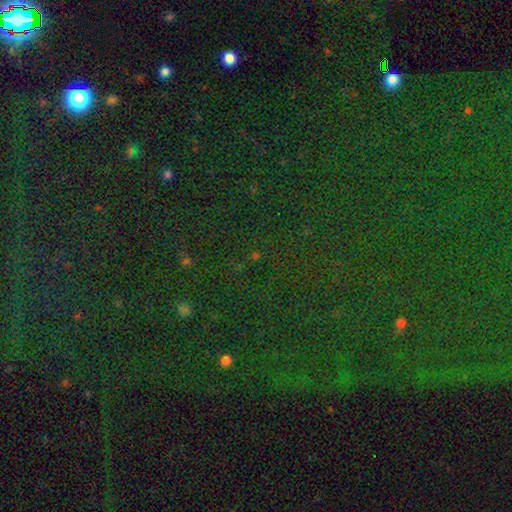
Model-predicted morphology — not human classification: star or artifact 71%, smooth 21%, featured or disk 8%.